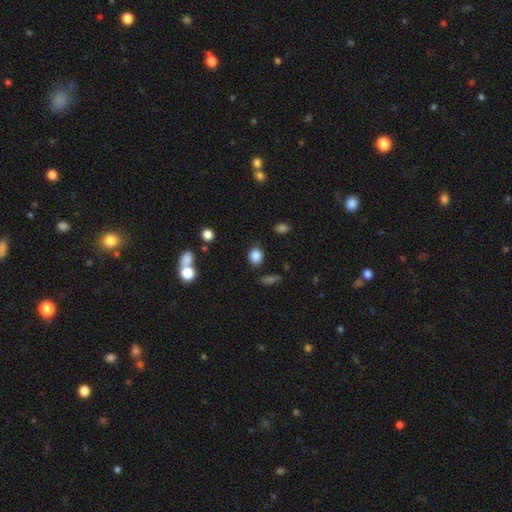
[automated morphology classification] Q: Smooth or featured?
A: smooth (85%); runner-up: star or artifact (11%)
Q: How rounded?
A: round (67%); runner-up: in between (32%)
Q: Merging?
A: none (83%); runner-up: minor disturbance (11%)